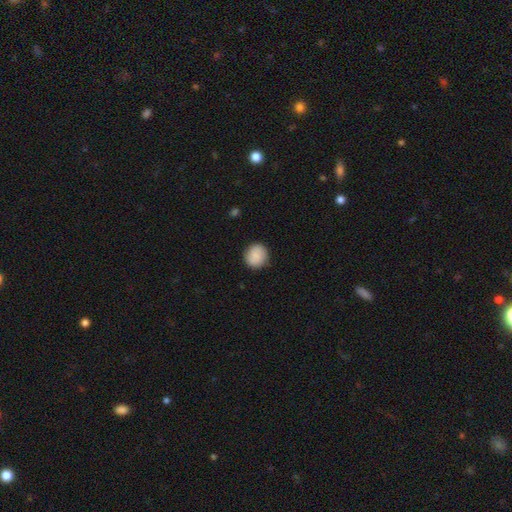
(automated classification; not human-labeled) Morphology: type=smooth (86%); roundness=round (89%); merging=none (89%).